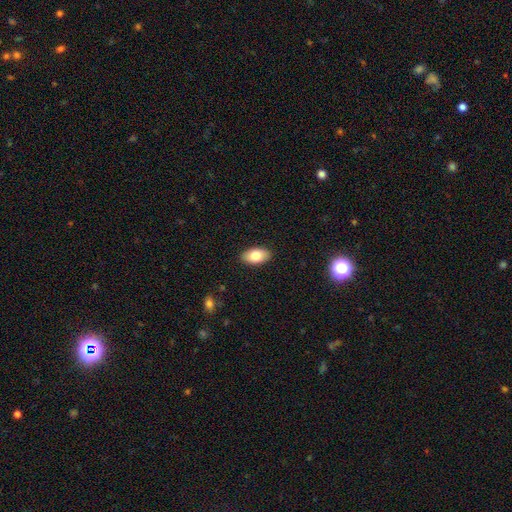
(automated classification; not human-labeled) Q: Smooth or featured?
A: smooth (80%); runner-up: featured or disk (13%)
Q: How rounded?
A: in between (94%); runner-up: round (4%)
Q: Merging?
A: none (89%); runner-up: minor disturbance (8%)